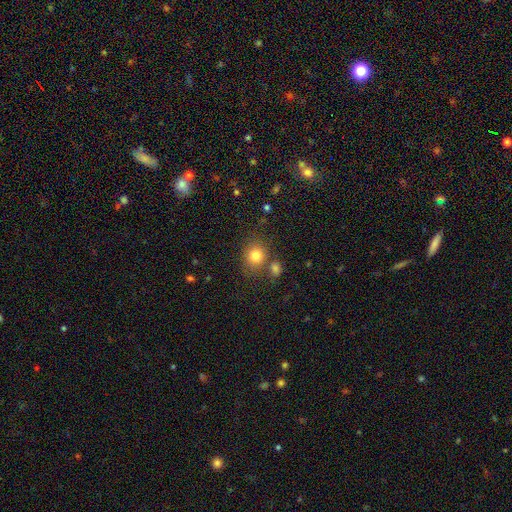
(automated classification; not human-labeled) This is likely a smooth galaxy (80%). How rounded: likely round (77%). Merging: likely none (71%).